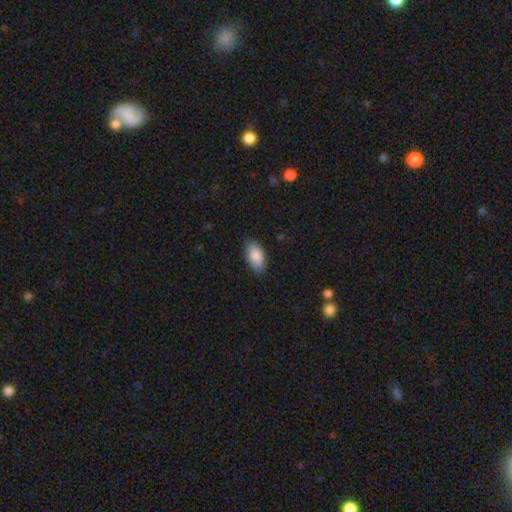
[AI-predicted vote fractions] A smooth galaxy with no disk features (87%) that is in between round and cigar-shaped (94%).

Vote fractions:
- Smooth or featured? smooth: 87% / featured or disk: 7% / star or artifact: 6%
- How rounded? in between: 94% / cigar-shaped: 3% / round: 3%
- Merging? none: 85% / minor disturbance: 12% / major disturbance: 2% / merger: 1%